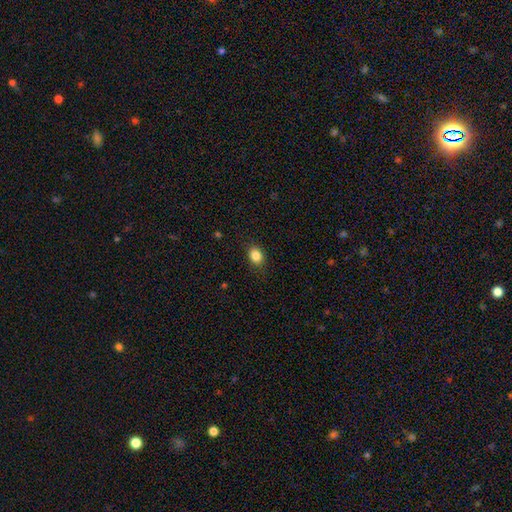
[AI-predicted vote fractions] A smooth galaxy with no disk features (85%) that is in between round and cigar-shaped (65%).

Vote fractions:
- Smooth or featured? smooth: 85% / star or artifact: 9% / featured or disk: 5%
- How rounded? in between: 65% / round: 34% / cigar-shaped: 1%
- Merging? none: 86% / minor disturbance: 11% / major disturbance: 3% / merger: 1%